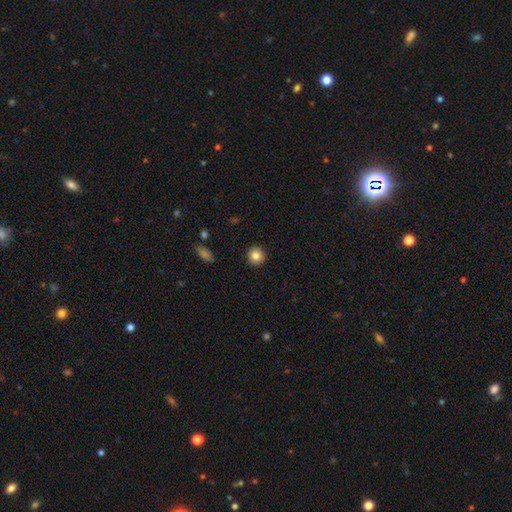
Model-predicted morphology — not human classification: The model was most divided on "smooth or featured": smooth: 84%, star or artifact: 10%, featured or disk: 6%. More confident: how rounded — round (93%); merging — none (92%).